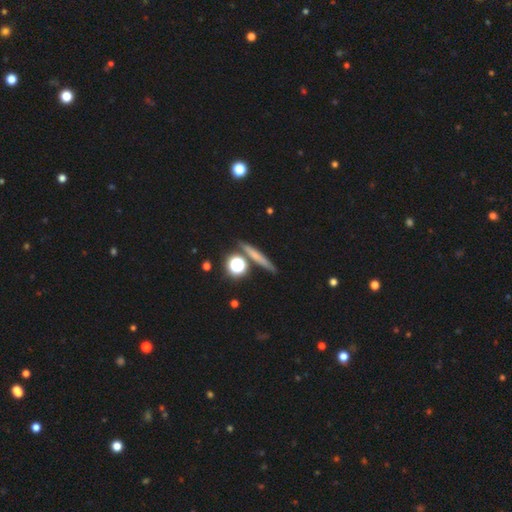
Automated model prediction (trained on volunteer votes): Overall: smooth (59%; featured or disk 28%). How rounded: cigar-shaped (75%). Merging: none (81%).